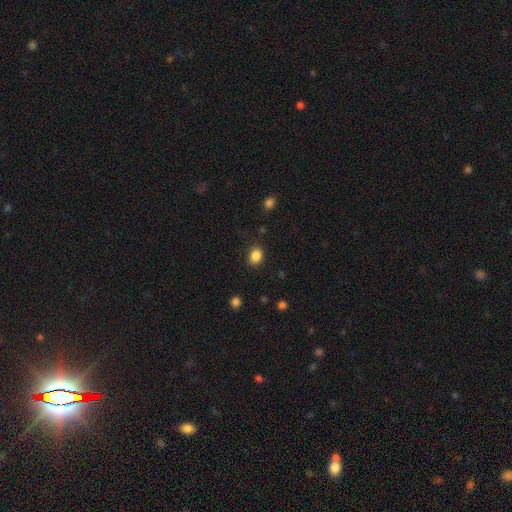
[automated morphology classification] type=smooth (86%); roundness=in between (58%); merging=none (85%).